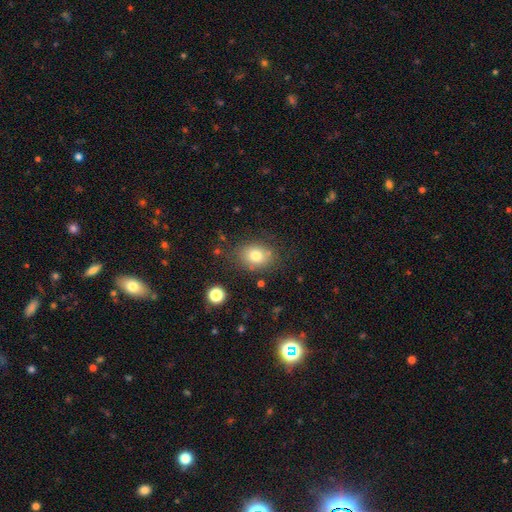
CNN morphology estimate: This is likely a smooth galaxy (78%). How rounded: possibly in between (58%). Merging: likely none (74%).